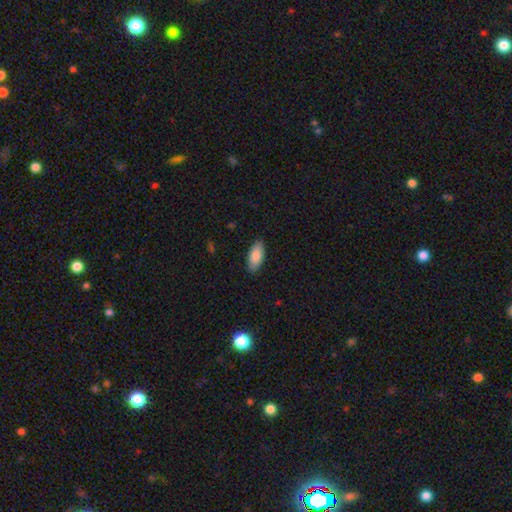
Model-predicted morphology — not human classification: Overall: smooth (86%). How rounded: in between (89%). Merging: none (89%).